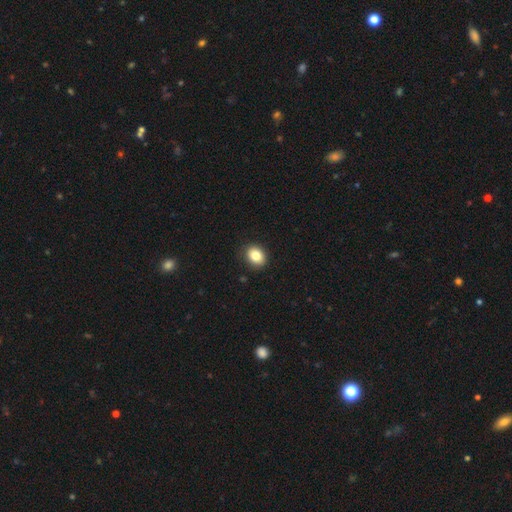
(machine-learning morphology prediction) Smooth or featured?
  - smooth: 83% *
  - star or artifact: 10%
  - featured or disk: 8%
How rounded?
  - in between: 52% *
  - round: 47%
  - cigar-shaped: 1%
Merging?
  - none: 88% *
  - minor disturbance: 9%
  - major disturbance: 2%
  - merger: 1%